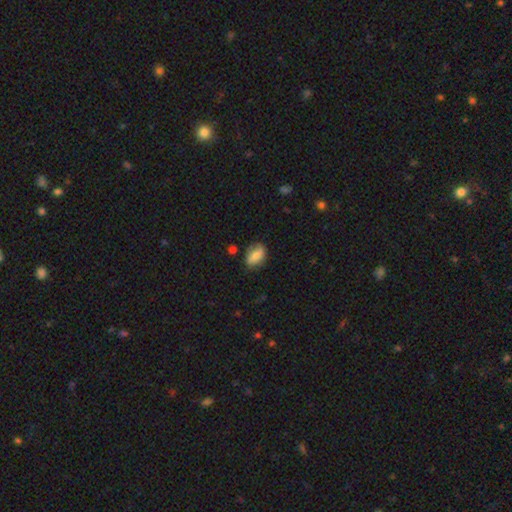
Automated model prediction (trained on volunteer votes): Smooth or featured? Predicted: smooth (p=0.70). How rounded? Predicted: in between (p=0.84). Merging? Predicted: none (p=0.73).